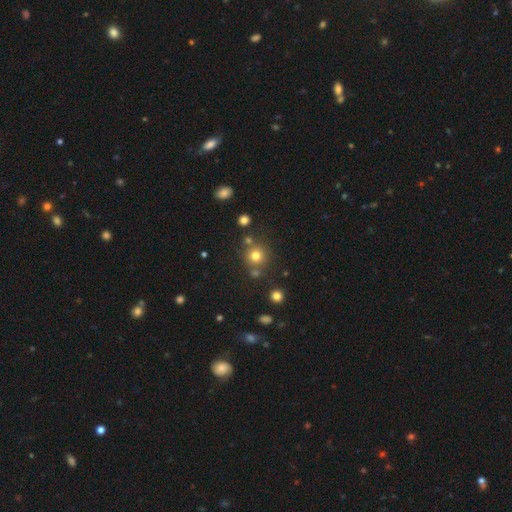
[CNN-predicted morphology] smooth-or-featured: smooth: 75% | star or artifact: 17% | featured or disk: 8%
  how-rounded: round: 92% | in between: 7% | cigar-shaped: 1%
  merging: none: 76% | merger: 12% | minor disturbance: 9% | major disturbance: 3%